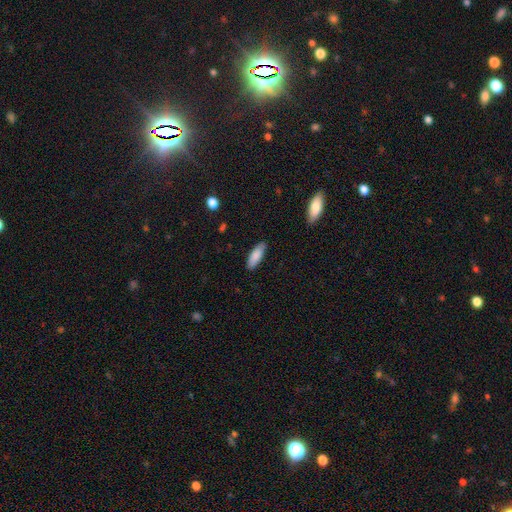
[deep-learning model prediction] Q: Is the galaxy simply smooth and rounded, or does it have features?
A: smooth — 86%.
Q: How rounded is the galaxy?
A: in between — 65%.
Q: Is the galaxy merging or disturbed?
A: none — 86%.